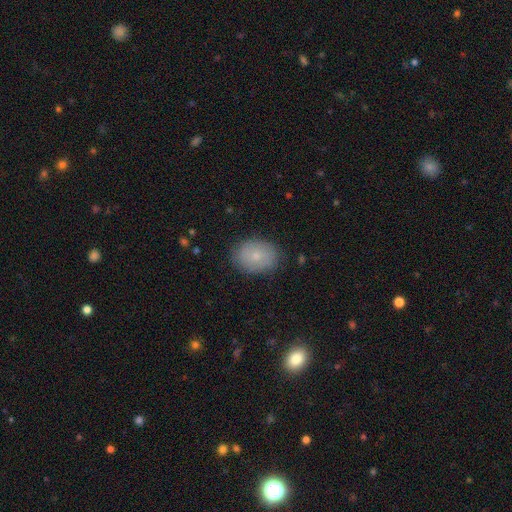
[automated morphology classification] Smooth or featured? Predicted: smooth (p=0.73). How rounded? Predicted: in between (p=0.68). Merging? Predicted: none (p=0.85).